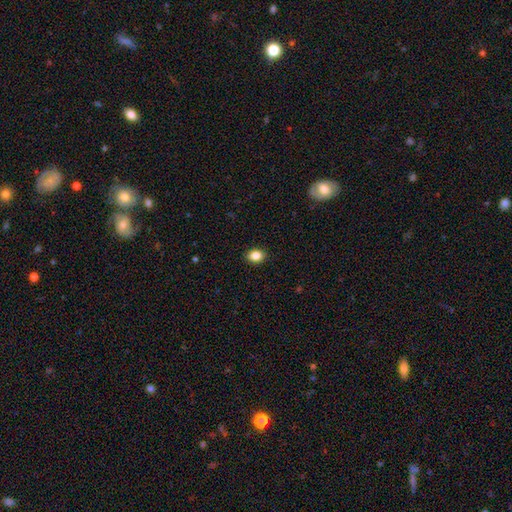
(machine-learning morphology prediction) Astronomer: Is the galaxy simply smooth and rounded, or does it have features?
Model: smooth — 85%.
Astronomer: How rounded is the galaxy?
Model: in between — 58% (runner-up: round, 41%).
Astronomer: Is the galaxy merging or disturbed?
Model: none — 90%.